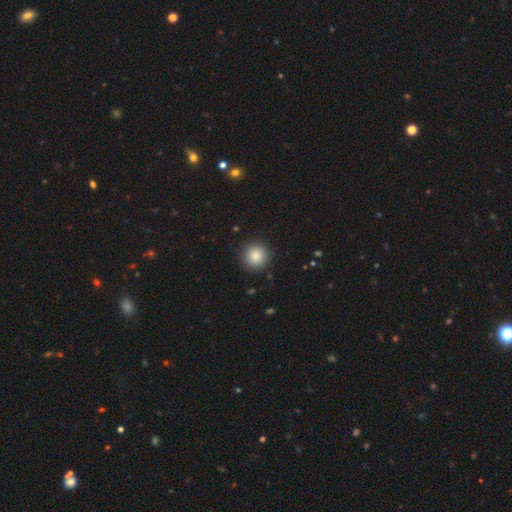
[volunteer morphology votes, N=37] A smooth galaxy with no disk features (100%) that is round (97%).

Vote fractions:
- Smooth or featured? smooth: 100% / featured or disk: 0% / star or artifact: 0%
- How rounded? round: 97% / in between: 3% / cigar-shaped: 0%
- Merging? none: 92% / minor disturbance: 3% / major disturbance: 3% / merger: 3%